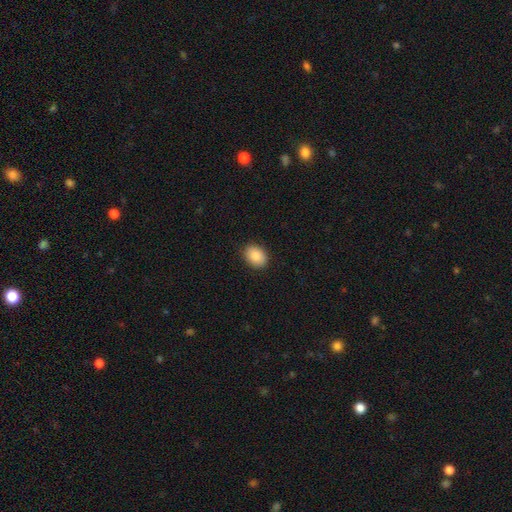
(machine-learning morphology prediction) smooth-or-featured: smooth: 88% | star or artifact: 8% | featured or disk: 5%
  how-rounded: in between: 68% | round: 31% | cigar-shaped: 1%
  merging: none: 89% | minor disturbance: 8% | major disturbance: 2% | merger: 1%